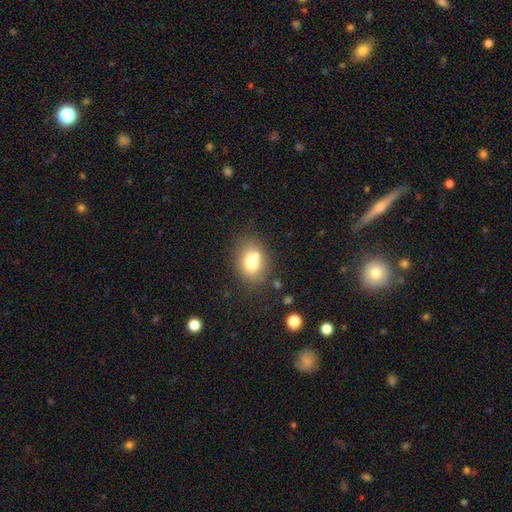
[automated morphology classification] smooth 70%, featured or disk 19%, star or artifact 11%. Down the decision tree: how rounded — in between (53%); merging — none (58%).